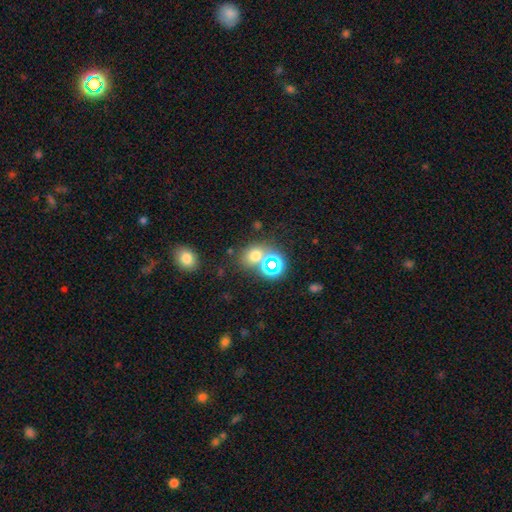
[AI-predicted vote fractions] The model was most divided on "how rounded": round: 61%, in between: 38%, cigar-shaped: 1%. More confident: merging — none (61%); smooth or featured — smooth (61%).